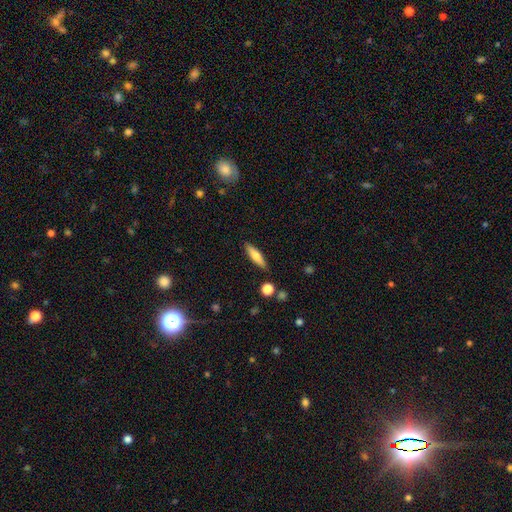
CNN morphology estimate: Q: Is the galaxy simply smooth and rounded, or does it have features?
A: smooth — 65%.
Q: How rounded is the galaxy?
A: cigar-shaped — 71%.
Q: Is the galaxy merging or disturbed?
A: none — 86%.